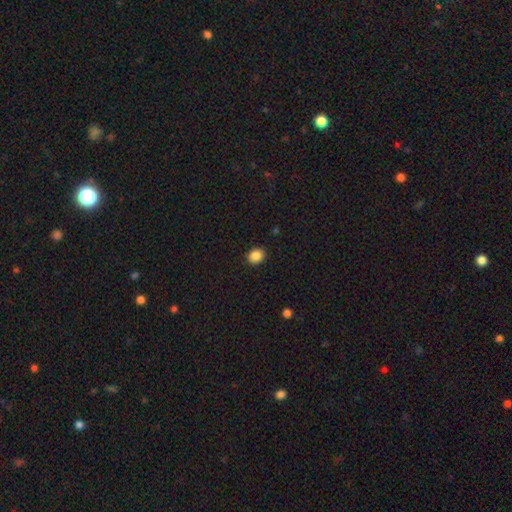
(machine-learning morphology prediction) Smooth or featured? Predicted: smooth (p=0.87). How rounded? Predicted: round (p=0.69). Merging? Predicted: none (p=0.92).